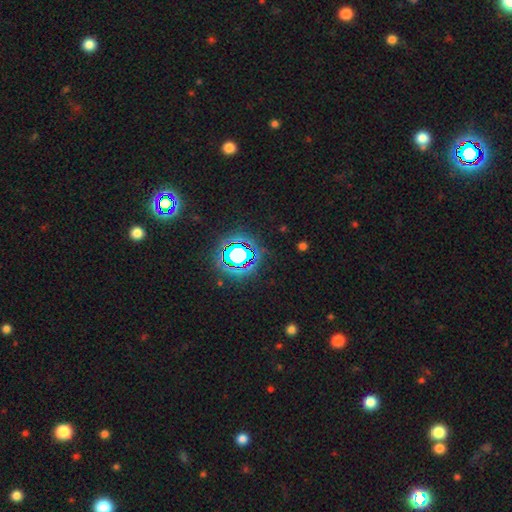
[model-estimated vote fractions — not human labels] The model was most divided on "smooth or featured": star or artifact: 79%, smooth: 14%, featured or disk: 7%.